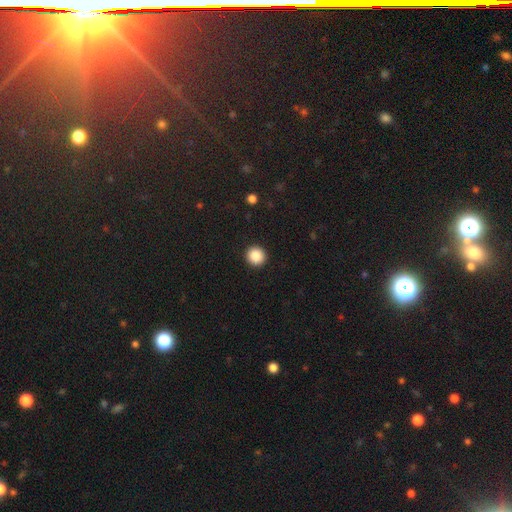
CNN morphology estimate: This appears to be a smooth galaxy with no disk features (88%) that is round (95%). Merging: none (93%).